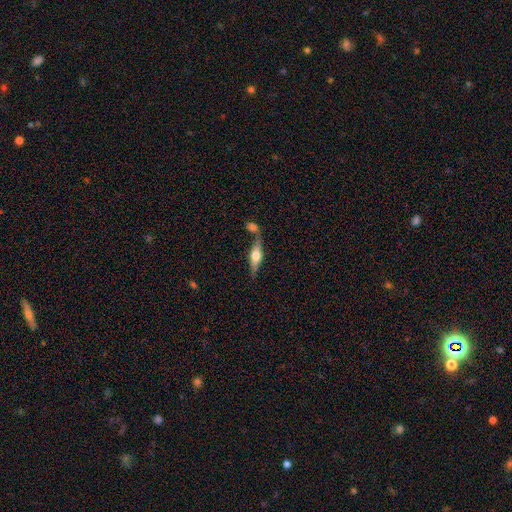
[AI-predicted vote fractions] This is possibly a featured or disk galaxy (60%). It is clearly viewed edge-on (92%). Edge-on bulge: clearly rounded (91%). Merging: possibly none (56%).